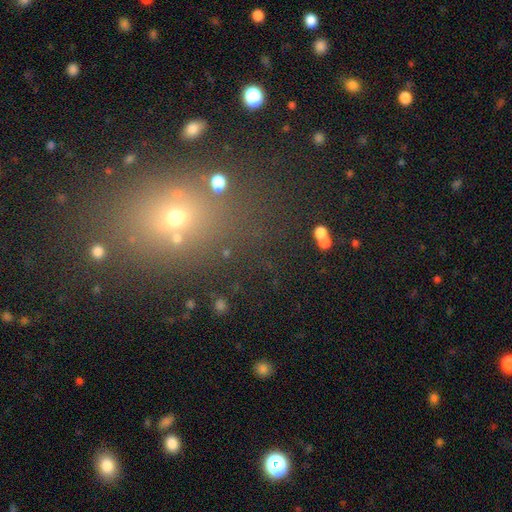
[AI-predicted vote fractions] Overall: smooth (47%; star or artifact 40%). Merging: none (80%).